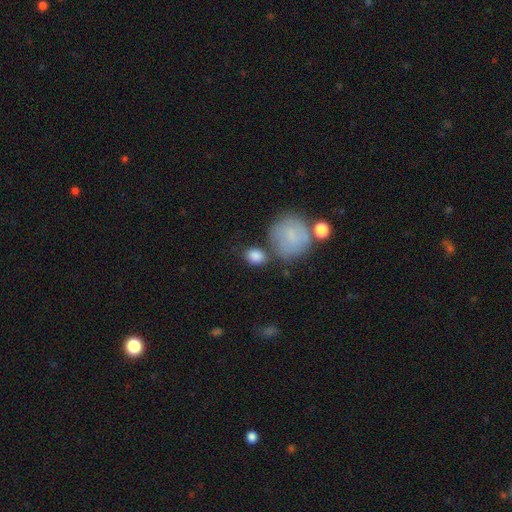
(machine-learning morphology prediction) Smooth or featured?
  - smooth: 85% *
  - featured or disk: 8%
  - star or artifact: 7%
How rounded?
  - in between: 53% *
  - round: 45%
  - cigar-shaped: 2%
Merging?
  - none: 63% *
  - minor disturbance: 17%
  - merger: 13%
  - major disturbance: 7%